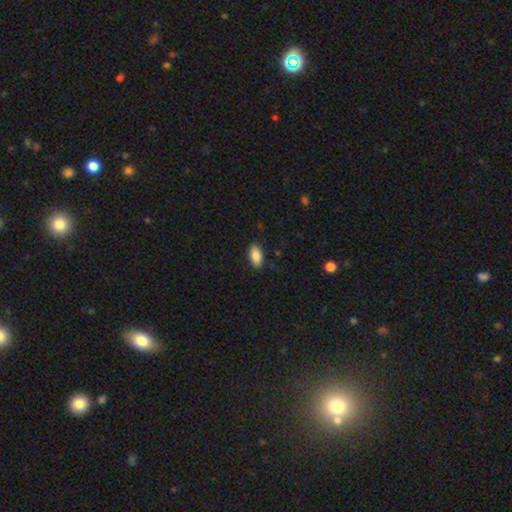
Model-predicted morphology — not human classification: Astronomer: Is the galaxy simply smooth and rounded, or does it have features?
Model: smooth — 87%.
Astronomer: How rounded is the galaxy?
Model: in between — 93%.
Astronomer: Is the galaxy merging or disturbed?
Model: none — 86%.